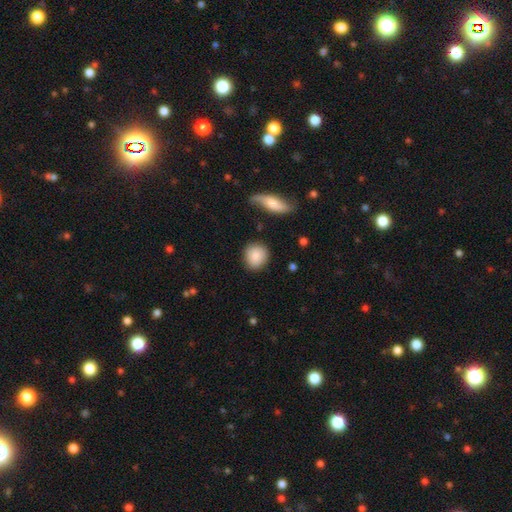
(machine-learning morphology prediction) Smooth or featured? smooth (84%)
How rounded? round (84%)
Merging? none (84%)